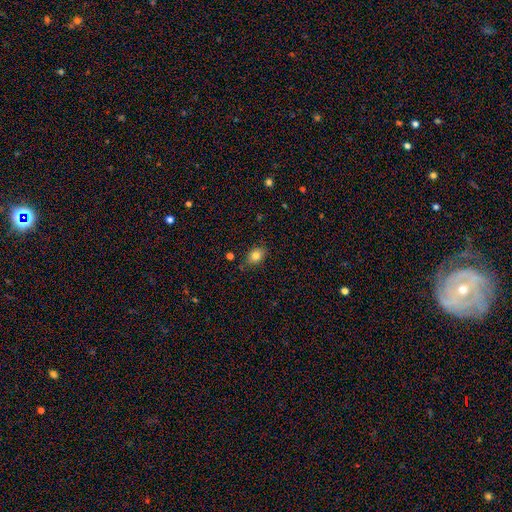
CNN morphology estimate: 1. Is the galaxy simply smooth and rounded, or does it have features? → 82% smooth, 10% star or artifact, 8% featured or disk.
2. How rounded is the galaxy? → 68% in between, 31% round, 2% cigar-shaped.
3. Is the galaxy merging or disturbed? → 78% none, 16% minor disturbance, 3% major disturbance, 3% merger.